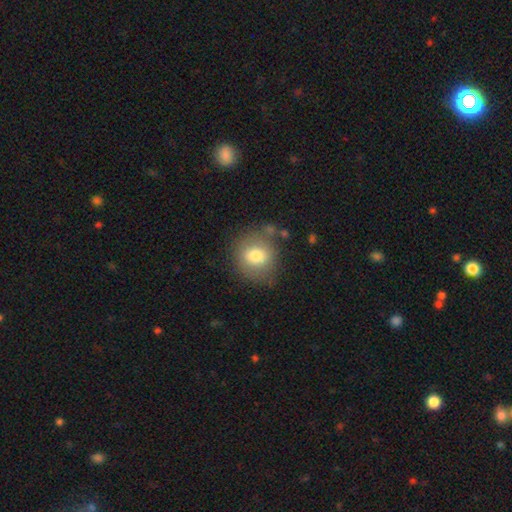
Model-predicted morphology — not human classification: This is likely a smooth galaxy (78%). How rounded: clearly round (84%). Merging: likely none (75%).